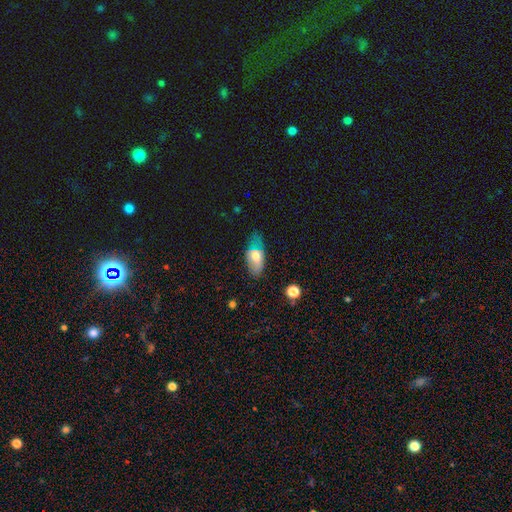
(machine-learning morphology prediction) Q: Smooth or featured?
A: smooth (65%); runner-up: featured or disk (27%)
Q: How rounded?
A: in between (87%); runner-up: cigar-shaped (9%)
Q: Merging?
A: none (67%); runner-up: minor disturbance (23%)